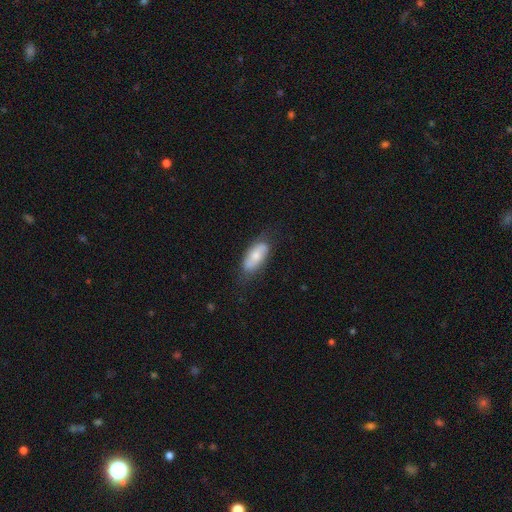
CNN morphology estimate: Q: Smooth or featured?
A: smooth (60%); runner-up: featured or disk (34%)
Q: How rounded?
A: in between (85%); runner-up: cigar-shaped (13%)
Q: Merging?
A: none (71%); runner-up: minor disturbance (22%)